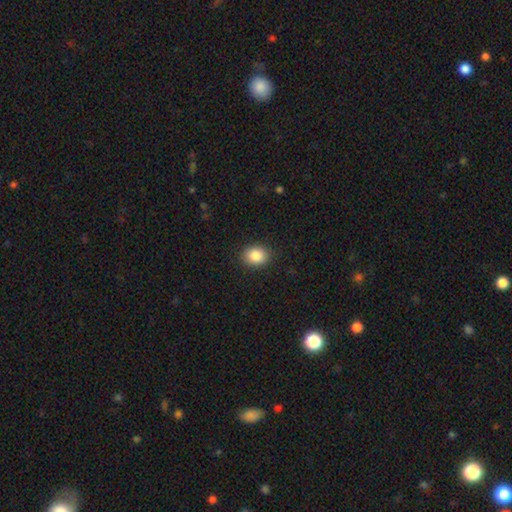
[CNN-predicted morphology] Q: Smooth or featured?
A: smooth (86%); runner-up: star or artifact (9%)
Q: How rounded?
A: in between (50%); runner-up: round (49%)
Q: Merging?
A: none (89%); runner-up: minor disturbance (8%)